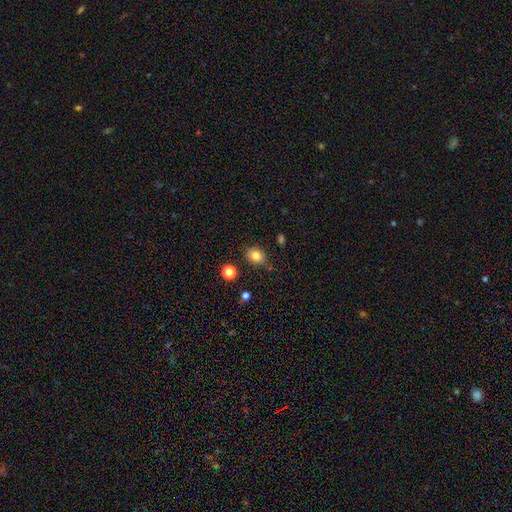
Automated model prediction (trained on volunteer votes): Smooth or featured? Predicted: smooth (p=0.83). How rounded? Predicted: round (p=0.50). Merging? Predicted: none (p=0.80).